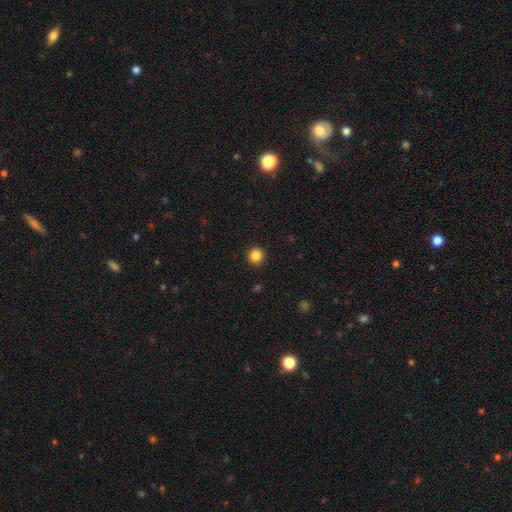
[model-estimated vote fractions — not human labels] Smooth or featured: smooth — 85% (star or artifact — 11%)
How rounded: round — 93% (in between — 6%)
Merging: none — 92% (minor disturbance — 5%)